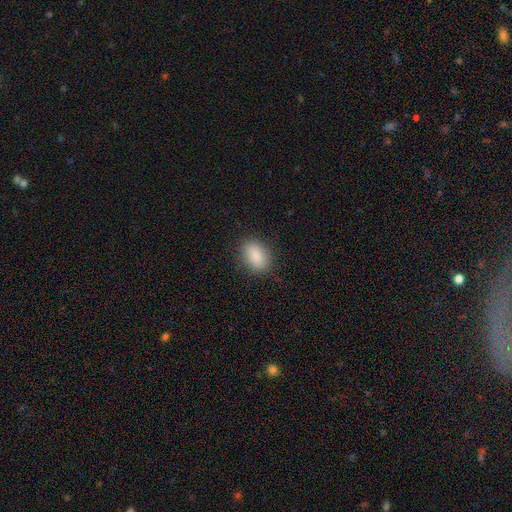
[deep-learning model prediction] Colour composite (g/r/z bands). It shows a smooth galaxy with no disk features (88%) that is in between round and cigar-shaped (83%). Merging: none (85%).